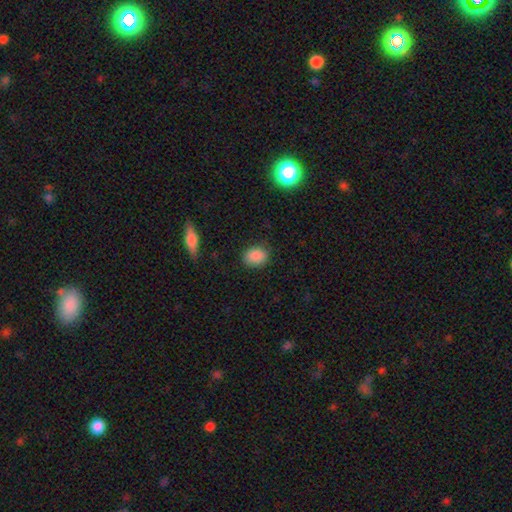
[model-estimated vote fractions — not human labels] smooth_or_featured: smooth (p=0.87) [alt: star or artifact p=0.09]
how_rounded: in between (p=0.56) [alt: round p=0.43]
merging: none (p=0.81) [alt: minor disturbance p=0.14]